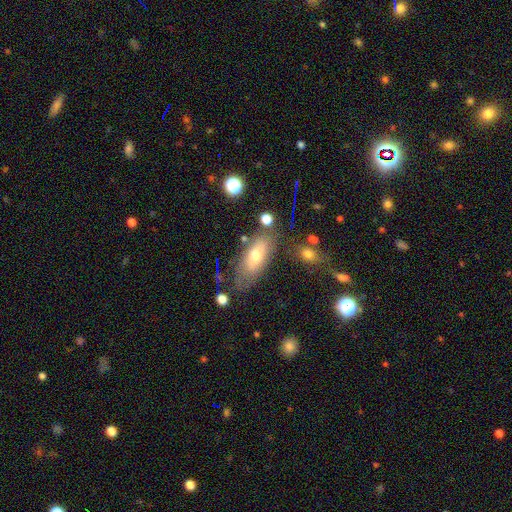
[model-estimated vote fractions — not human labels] A smooth galaxy with no disk features (57%) that is in between round and cigar-shaped (81%).

Vote fractions:
- Smooth or featured? smooth: 57% / featured or disk: 33% / star or artifact: 9%
- How rounded? in between: 81% / cigar-shaped: 15% / round: 4%
- Merging? none: 64% / minor disturbance: 22% / major disturbance: 9% / merger: 6%